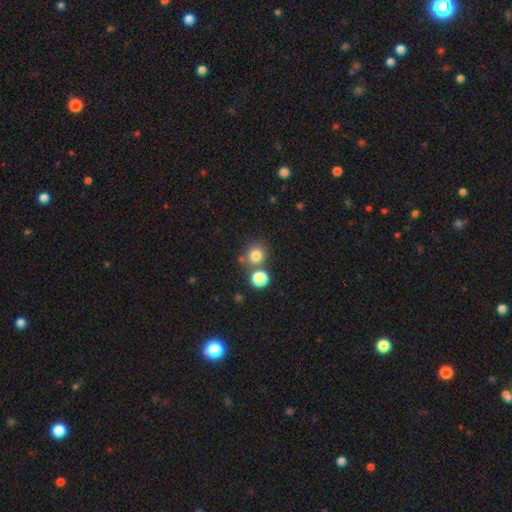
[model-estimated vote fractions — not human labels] Morphology: type=smooth (79%); roundness=round (90%); merging=none (71%).